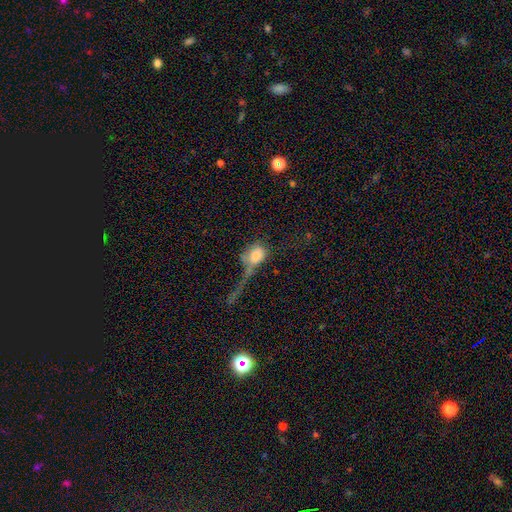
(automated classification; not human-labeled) Overall: smooth (67%). How rounded: in between (62%; round 33%). Merging: major disturbance (47%; merger 22%).